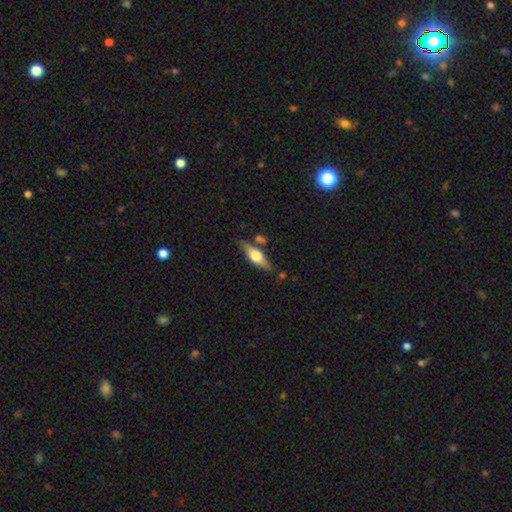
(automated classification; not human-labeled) Q: Smooth or featured?
A: featured or disk (53%); runner-up: smooth (41%)
Q: Edge-on disk?
A: yes (89%); runner-up: no (11%)
Q: Merging?
A: none (73%); runner-up: minor disturbance (15%)